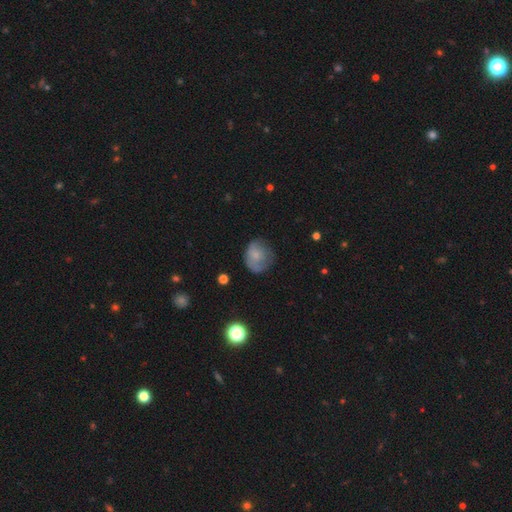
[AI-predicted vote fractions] Smooth or featured? Predicted: smooth (p=0.68). How rounded? Predicted: round (p=0.67). Merging? Predicted: none (p=0.50).